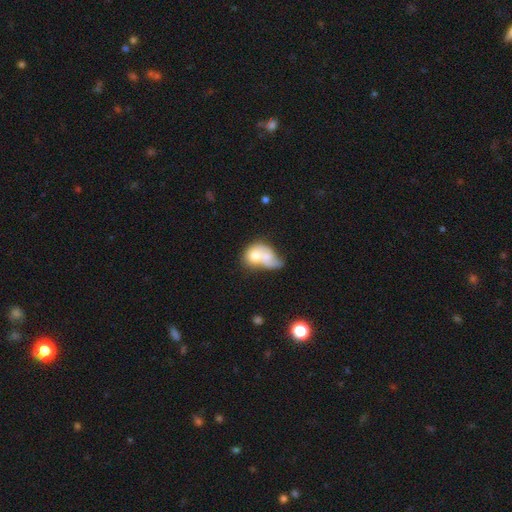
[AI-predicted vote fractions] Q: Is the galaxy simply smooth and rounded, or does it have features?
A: smooth — 63%.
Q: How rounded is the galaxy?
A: in between — 59%.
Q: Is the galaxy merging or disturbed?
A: merger — 72%.